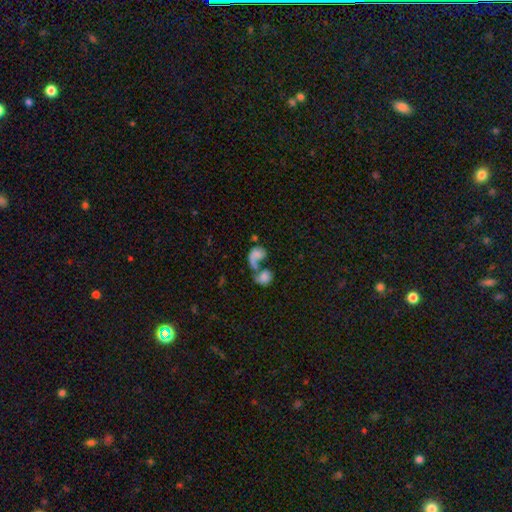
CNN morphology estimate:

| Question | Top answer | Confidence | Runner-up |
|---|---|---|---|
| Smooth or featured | smooth | 53% | featured or disk (36%) |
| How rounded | in between | 60% | round (37%) |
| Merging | merger | 62% | major disturbance (16%) |